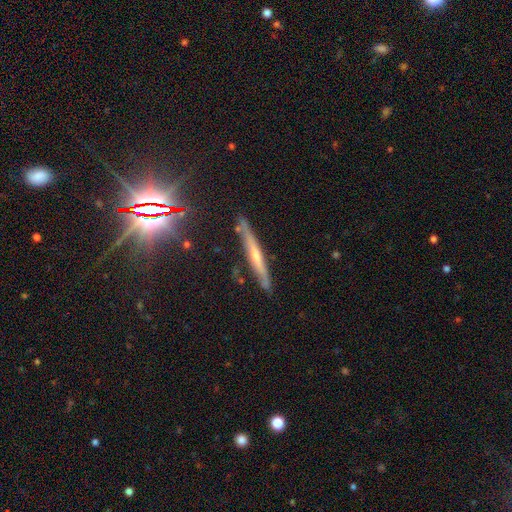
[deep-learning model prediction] smooth_or_featured: featured or disk (p=0.59) [alt: smooth p=0.29]
disk_edge_on: yes (p=0.94) [alt: no p=0.06]
edge_on_bulge: rounded (p=0.52) [alt: none p=0.41]
merging: none (p=0.85) [alt: minor disturbance p=0.11]